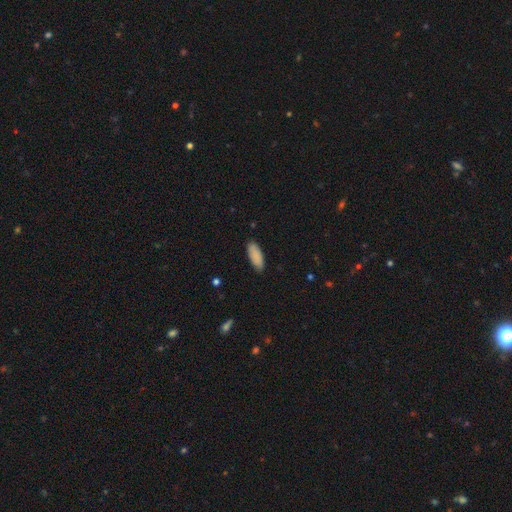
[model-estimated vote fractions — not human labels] This appears to be a smooth galaxy with no disk features (89%) that is in between round and cigar-shaped (73%). Merging: none (87%).